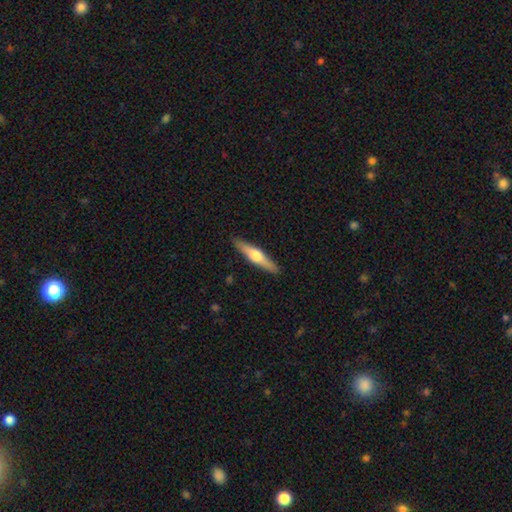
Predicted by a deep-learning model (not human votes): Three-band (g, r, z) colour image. It shows a featured or disk galaxy (59%) viewed edge-on (96%) with a rounded central bulge (94%). Merging: none (91%).